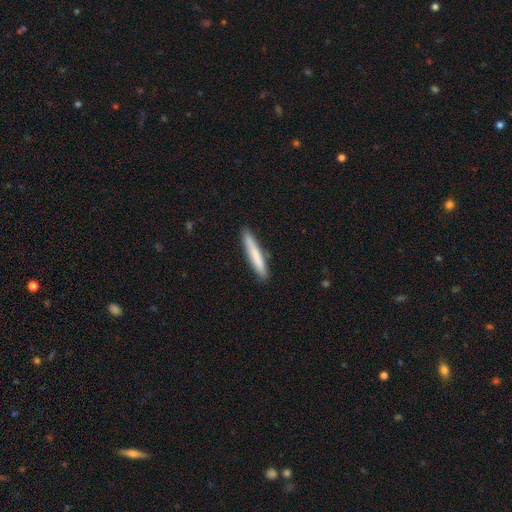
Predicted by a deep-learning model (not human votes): The model was most divided on "smooth or featured": smooth: 77%, featured or disk: 18%, star or artifact: 5%. More confident: how rounded — cigar-shaped (95%); merging — none (88%).